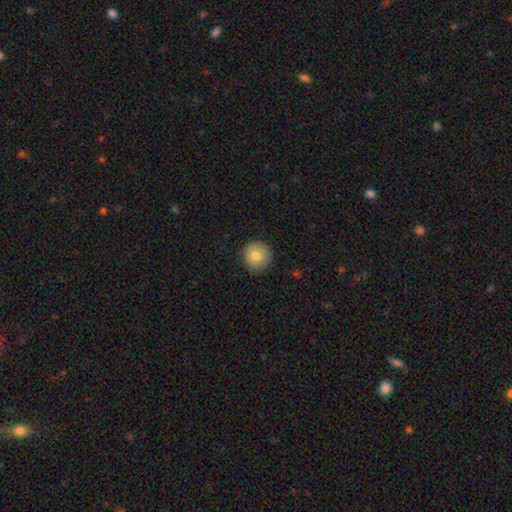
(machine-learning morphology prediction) Overall: smooth (77%). How rounded: round (95%). Merging: none (87%).